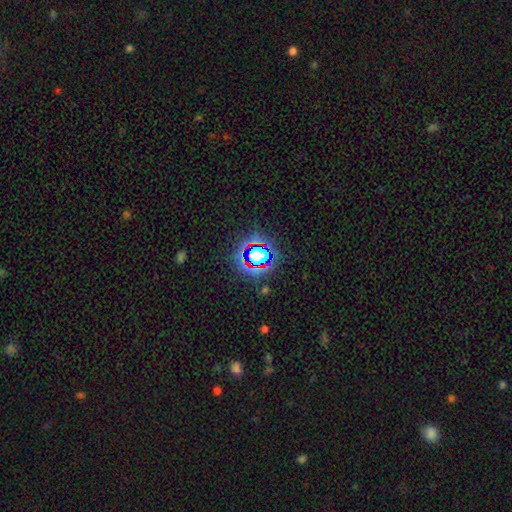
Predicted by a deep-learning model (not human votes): Smooth or featured?
  - star or artifact: 61% *
  - smooth: 26%
  - featured or disk: 13%